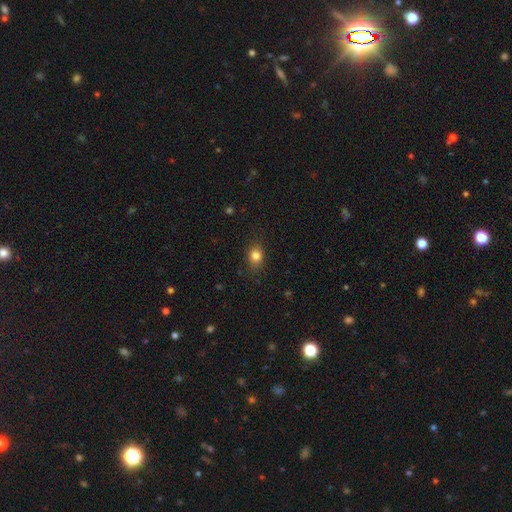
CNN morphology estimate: smooth 82%, star or artifact 11%, featured or disk 7%. Down the decision tree: how rounded — in between (53%); merging — none (84%).